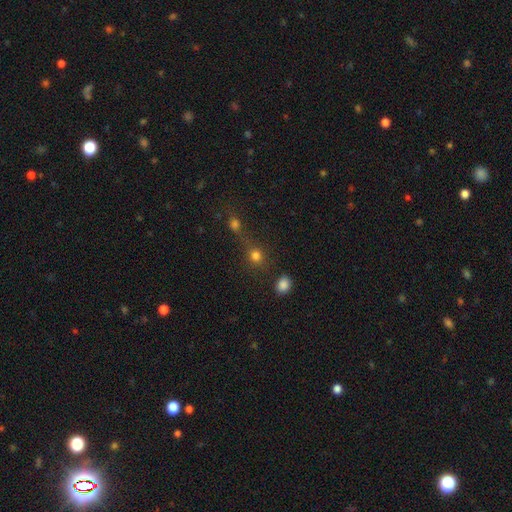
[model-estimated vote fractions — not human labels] smooth_or_featured: smooth (p=0.78) [alt: star or artifact p=0.15]
how_rounded: round (p=0.85) [alt: in between p=0.13]
merging: none (p=0.56) [alt: merger p=0.27]